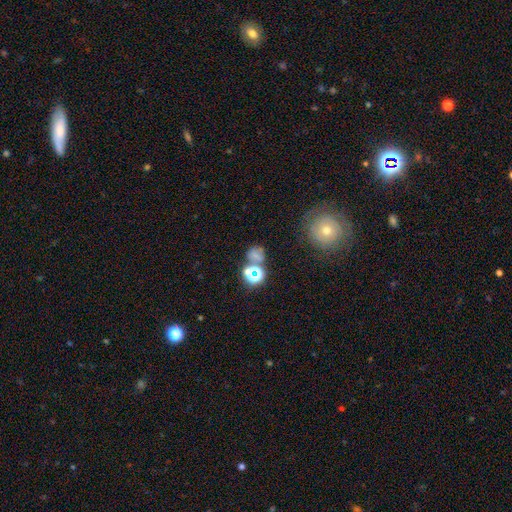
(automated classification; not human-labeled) Smooth or featured: smooth — 47% (star or artifact — 38%)
Merging: none — 51% (merger — 26%)